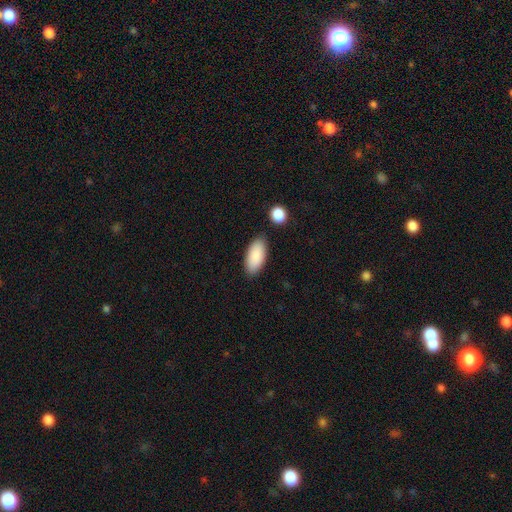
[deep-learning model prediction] Smooth or featured?
  - smooth: 88% *
  - featured or disk: 6%
  - star or artifact: 6%
How rounded?
  - in between: 92% *
  - cigar-shaped: 6%
  - round: 2%
Merging?
  - none: 83% *
  - minor disturbance: 10%
  - merger: 4%
  - major disturbance: 2%